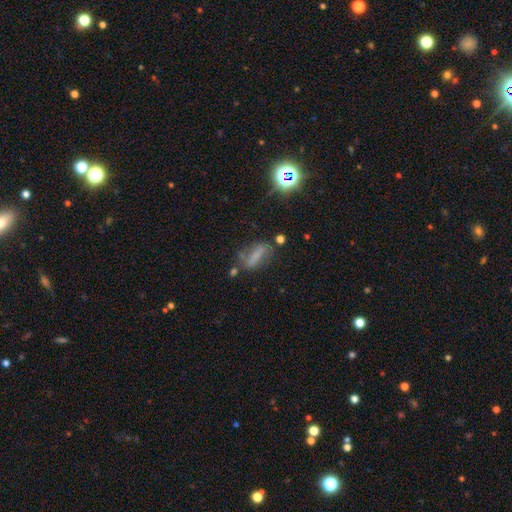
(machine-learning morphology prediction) A smooth galaxy with no disk features (48%).

Vote fractions:
- Smooth or featured? smooth: 48% / featured or disk: 31% / star or artifact: 21%
- Merging? none: 55% / minor disturbance: 23% / major disturbance: 13% / merger: 9%